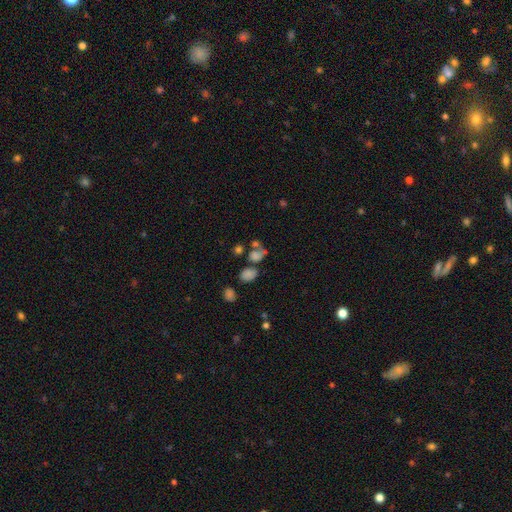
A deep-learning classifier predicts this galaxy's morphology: smooth_or_featured: smooth (p=0.66) [alt: star or artifact p=0.18]
how_rounded: in between (p=0.54) [alt: round p=0.44]
merging: merger (p=0.37) [alt: none p=0.34]